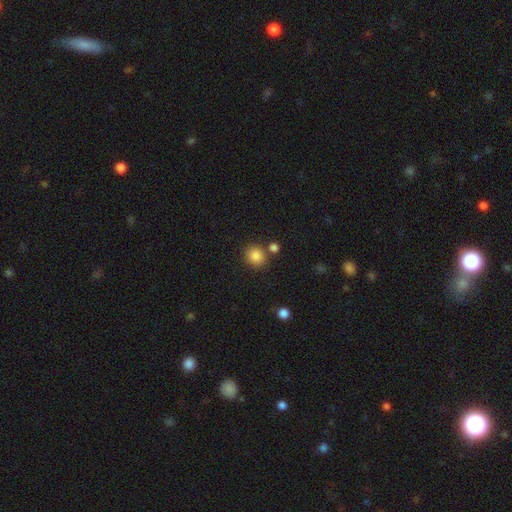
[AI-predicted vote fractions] Q: Smooth or featured?
A: smooth (85%); runner-up: star or artifact (10%)
Q: How rounded?
A: round (84%); runner-up: in between (15%)
Q: Merging?
A: none (75%); runner-up: merger (12%)